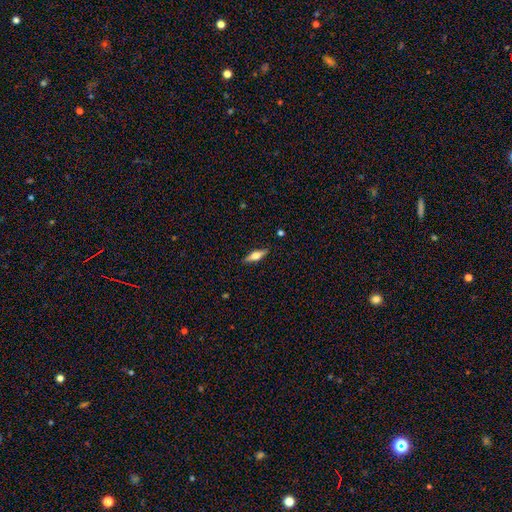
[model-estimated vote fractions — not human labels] The model was most divided on "smooth or featured": featured or disk: 50%, smooth: 43%, star or artifact: 7%. More confident: edge-on disk — yes (93%); merging — none (89%).